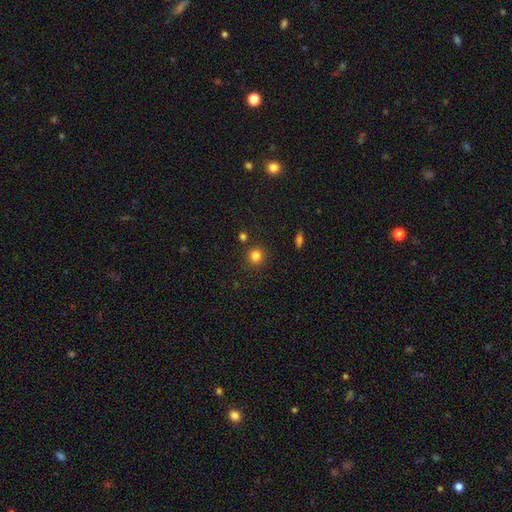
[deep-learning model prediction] Overall: smooth (82%). How rounded: round (92%). Merging: none (87%).